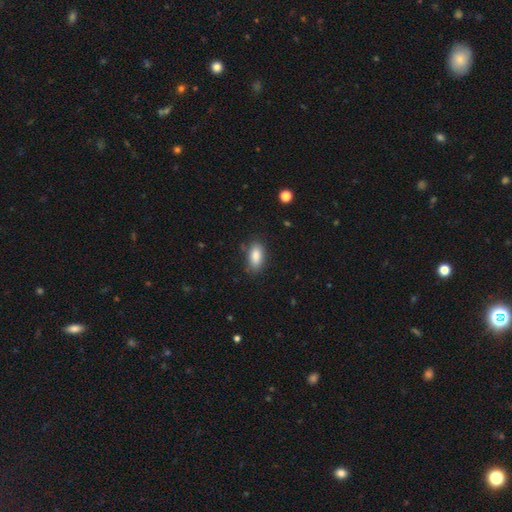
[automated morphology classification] smooth_or_featured: smooth (p=0.86) [alt: star or artifact p=0.07]
how_rounded: in between (p=0.89) [alt: cigar-shaped p=0.08]
merging: none (p=0.81) [alt: minor disturbance p=0.14]